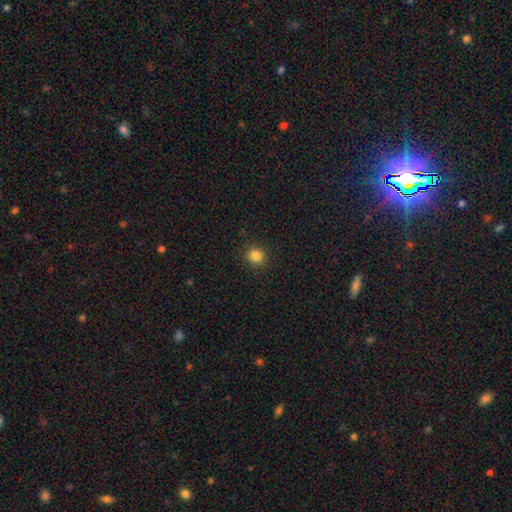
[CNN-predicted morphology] A smooth galaxy with no disk features (84%) that is round (87%).

Vote fractions:
- Smooth or featured? smooth: 84% / star or artifact: 12% / featured or disk: 4%
- How rounded? round: 87% / in between: 12% / cigar-shaped: 1%
- Merging? none: 91% / minor disturbance: 6% / major disturbance: 2% / merger: 1%